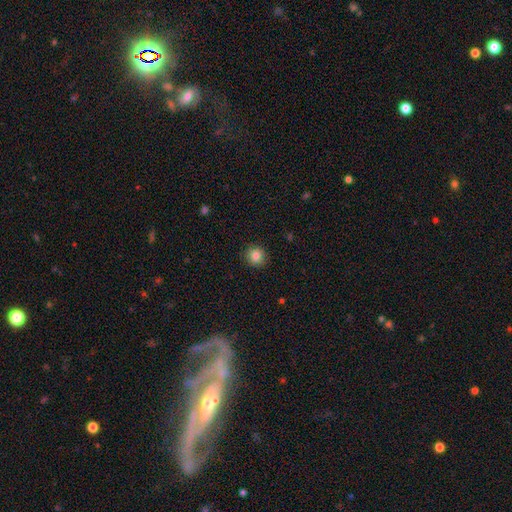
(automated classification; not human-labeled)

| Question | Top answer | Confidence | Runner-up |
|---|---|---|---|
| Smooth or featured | smooth | 84% | star or artifact (10%) |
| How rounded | round | 90% | in between (9%) |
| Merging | none | 91% | minor disturbance (6%) |